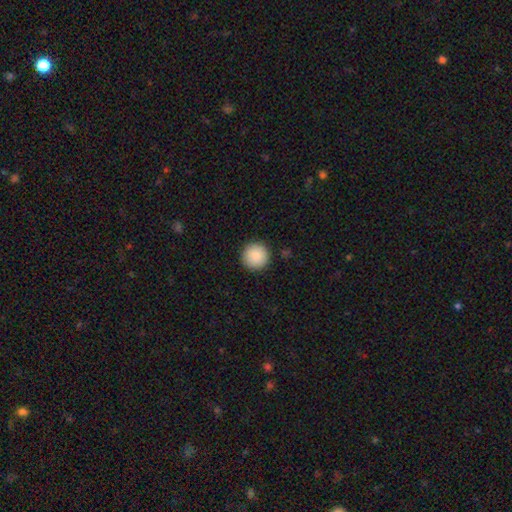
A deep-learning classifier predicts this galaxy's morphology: This is clearly a smooth galaxy (87%). How rounded: clearly round (96%). Merging: clearly none (92%).